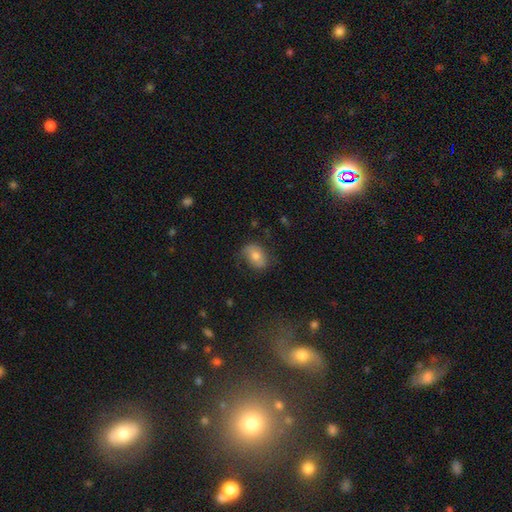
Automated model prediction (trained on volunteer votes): Smooth or featured: smooth — 64% (featured or disk — 27%)
How rounded: in between — 78% (round — 20%)
Merging: none — 66% (minor disturbance — 23%)